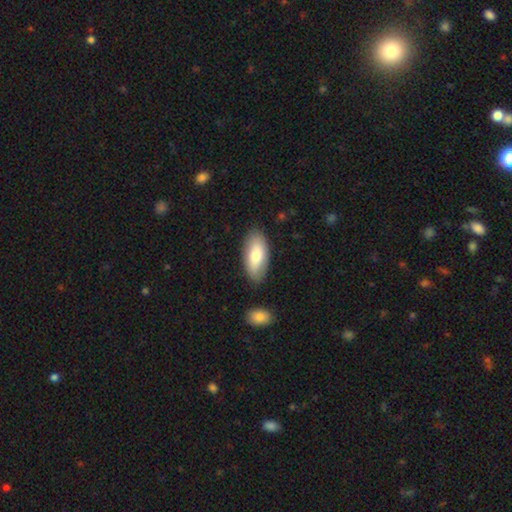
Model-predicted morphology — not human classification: Smooth or featured?
  - smooth: 77% *
  - featured or disk: 17%
  - star or artifact: 6%
How rounded?
  - in between: 89% *
  - cigar-shaped: 9%
  - round: 2%
Merging?
  - none: 84% *
  - minor disturbance: 11%
  - merger: 3%
  - major disturbance: 2%